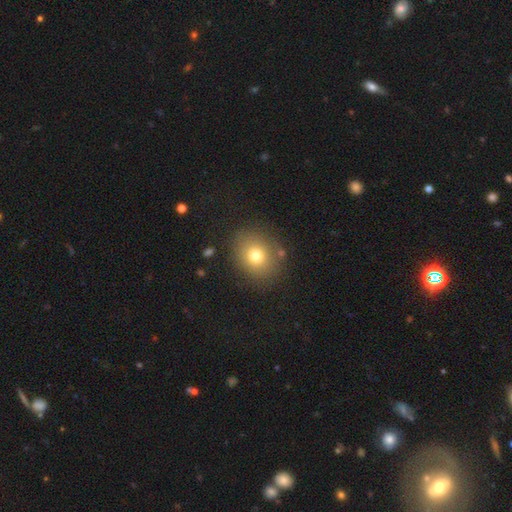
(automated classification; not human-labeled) This appears to be a smooth galaxy with no disk features (75%) that is round (69%). Merging: none (83%).